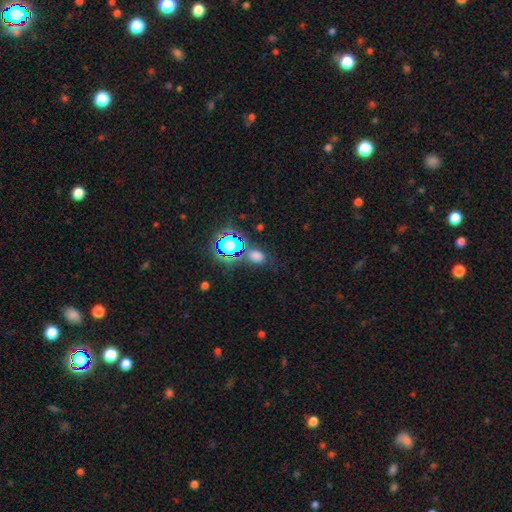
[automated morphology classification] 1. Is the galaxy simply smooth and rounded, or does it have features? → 61% smooth, 31% star or artifact, 8% featured or disk.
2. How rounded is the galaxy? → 73% in between, 24% round, 3% cigar-shaped.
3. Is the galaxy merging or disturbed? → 69% none, 16% minor disturbance, 8% merger, 7% major disturbance.